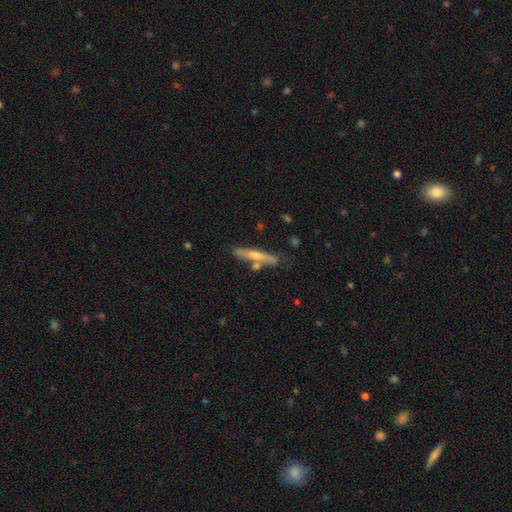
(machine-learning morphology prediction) Smooth or featured? Predicted: featured or disk (p=0.59). Edge-on disk? Predicted: yes (p=0.93). Edge-on bulge? Predicted: rounded (p=0.80). Merging? Predicted: none (p=0.76).